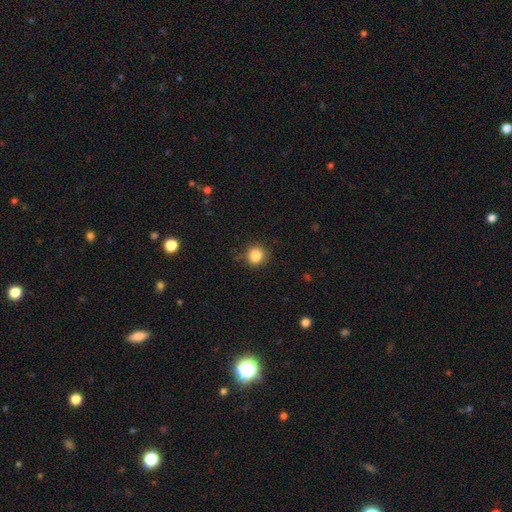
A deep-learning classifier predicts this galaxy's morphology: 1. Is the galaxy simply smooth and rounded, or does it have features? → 86% smooth, 10% star or artifact, 4% featured or disk.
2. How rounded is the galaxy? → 88% round, 11% in between, 1% cigar-shaped.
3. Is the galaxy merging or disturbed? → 82% none, 13% minor disturbance, 3% major disturbance, 1% merger.